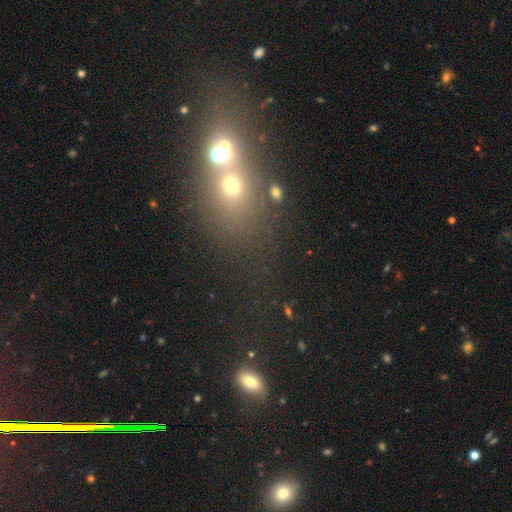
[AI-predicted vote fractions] The model was most divided on "smooth or featured": smooth: 42%, star or artifact: 37%, featured or disk: 21%. More confident: merging — merger (55%).